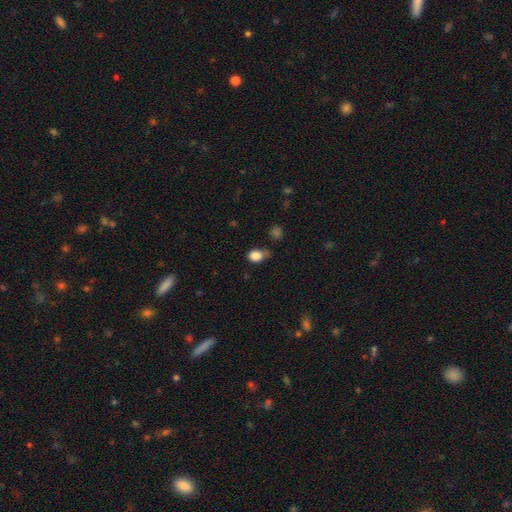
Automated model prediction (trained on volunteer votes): Morphology: type=smooth (85%); roundness=in between (54%); merging=none (49%).